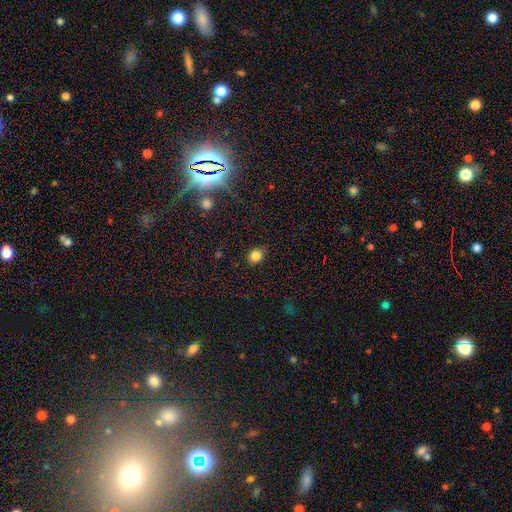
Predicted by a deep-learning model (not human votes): A smooth galaxy with no disk features (83%) that is round (70%).

Vote fractions:
- Smooth or featured? smooth: 83% / star or artifact: 12% / featured or disk: 5%
- How rounded? round: 70% / in between: 29% / cigar-shaped: 1%
- Merging? none: 86% / minor disturbance: 10% / major disturbance: 3% / merger: 1%